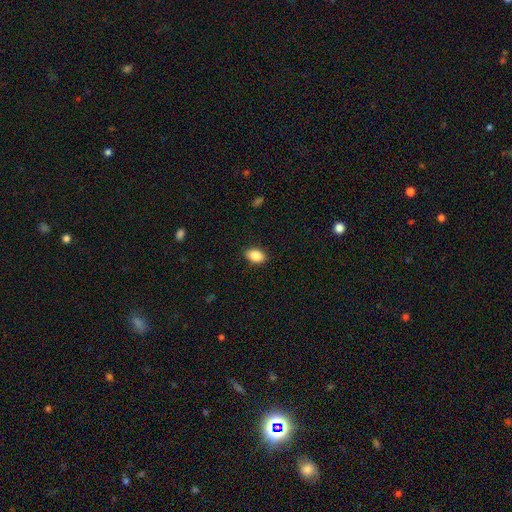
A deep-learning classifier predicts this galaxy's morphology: smooth 88%, star or artifact 8%, featured or disk 5%. Down the decision tree: how rounded — in between (89%); merging — none (88%).